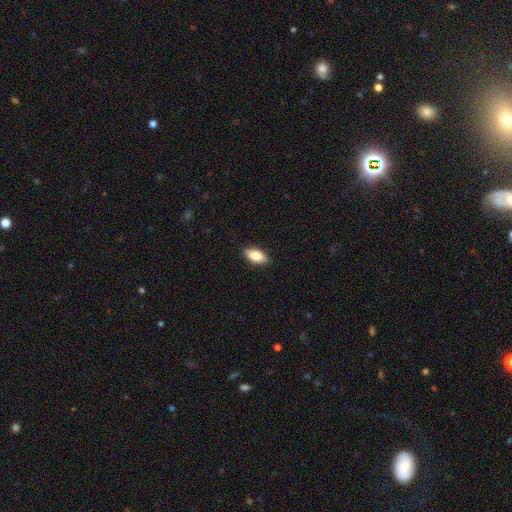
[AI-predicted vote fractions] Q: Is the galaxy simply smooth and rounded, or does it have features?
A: smooth — 84%.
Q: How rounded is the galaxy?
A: in between — 90%.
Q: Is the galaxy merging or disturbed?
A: none — 89%.